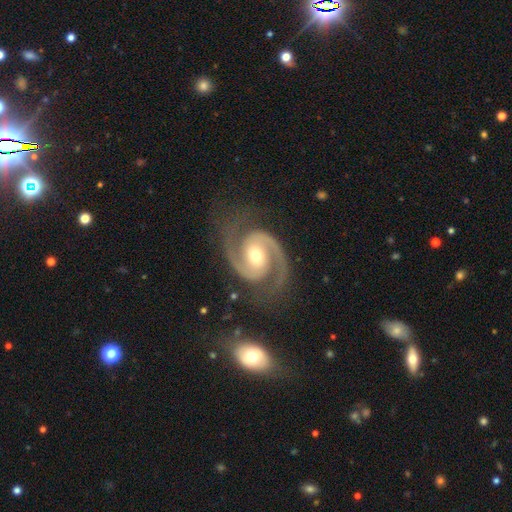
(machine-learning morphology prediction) smooth_or_featured: featured or disk (p=0.94) [alt: star or artifact p=0.04]
disk_edge_on: no (p=0.98) [alt: yes p=0.02]
bar: no (p=0.47) [alt: weak p=0.34]
has_spiral_arms: yes (p=0.99) [alt: no p=0.01]
spiral_winding: medium (p=0.58) [alt: tight p=0.34]
spiral_arm_count: 2 (p=0.95) [alt: 3 p=0.01]
bulge_size: moderate (p=0.66) [alt: small p=0.27]
merging: none (p=0.81) [alt: minor disturbance p=0.13]